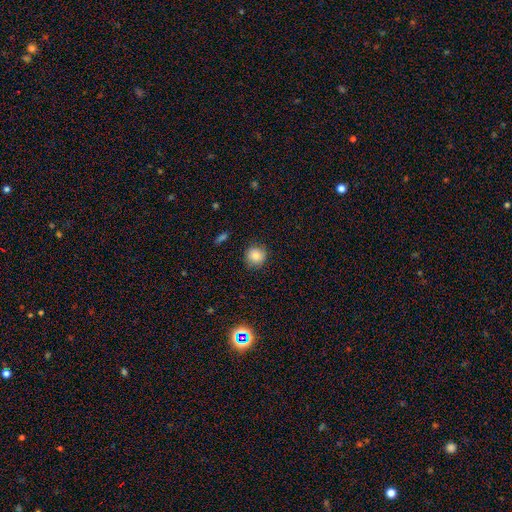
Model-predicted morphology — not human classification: smooth-or-featured: smooth: 84% | star or artifact: 10% | featured or disk: 6%
  how-rounded: round: 91% | in between: 8% | cigar-shaped: 1%
  merging: none: 85% | minor disturbance: 11% | major disturbance: 3% | merger: 1%